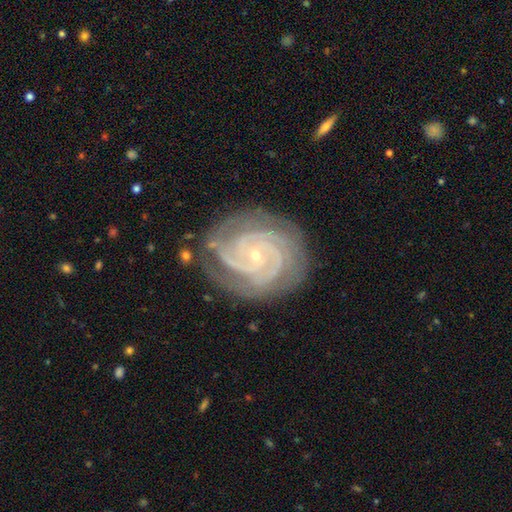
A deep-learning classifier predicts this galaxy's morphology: Overall: featured or disk (92%). Edge-on disk: no (98%). Bar: no (70%). Spiral arms: yes (99%). Spiral arm count: 3 (34%; 4 22%). Spiral winding: tight (80%). Bulge size: small (85%). Merging: none (79%).